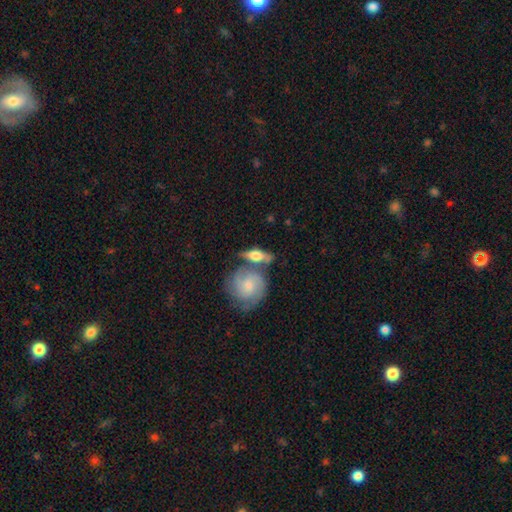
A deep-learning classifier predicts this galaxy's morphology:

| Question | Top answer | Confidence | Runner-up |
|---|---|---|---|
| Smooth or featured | featured or disk | 54% | smooth (40%) |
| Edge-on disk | yes | 55% | no (45%) |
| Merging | none | 50% | merger (30%) |